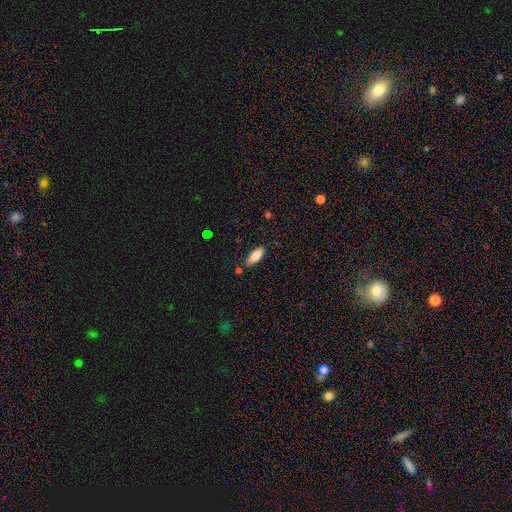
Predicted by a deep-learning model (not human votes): Smooth or featured? Predicted: smooth (p=0.83). How rounded? Predicted: in between (p=0.69). Merging? Predicted: none (p=0.79).